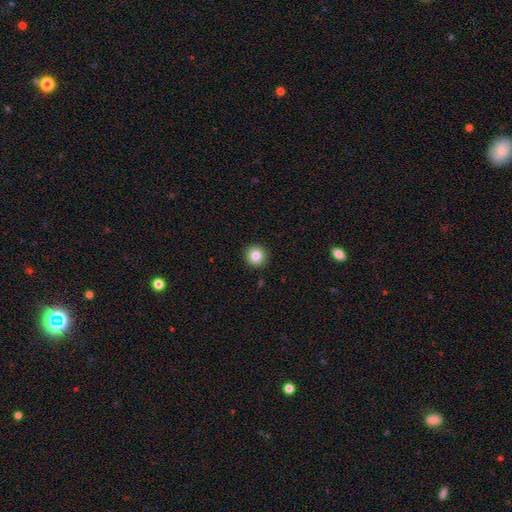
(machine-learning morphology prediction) smooth_or_featured: smooth (p=0.83) [alt: star or artifact p=0.10]
how_rounded: round (p=0.94) [alt: in between p=0.05]
merging: none (p=0.92) [alt: minor disturbance p=0.05]